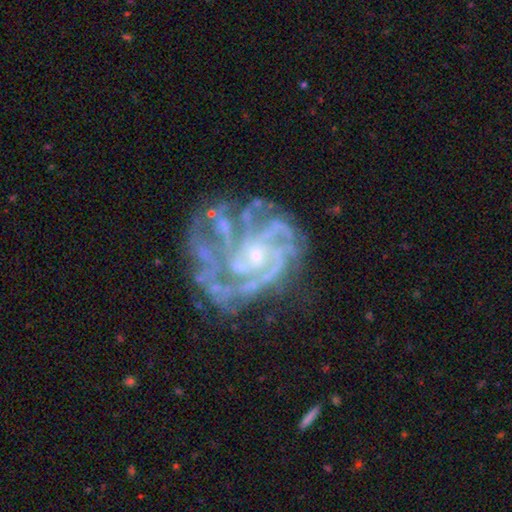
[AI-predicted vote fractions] featured or disk 88%, star or artifact 7%, smooth 5%. Down the decision tree: edge-on disk — no (98%); bar — no (73%); spiral arms — yes (95%); spiral arm count — 4 (26%); spiral winding — tight (61%); bulge size — small (74%); merging — none (57%).